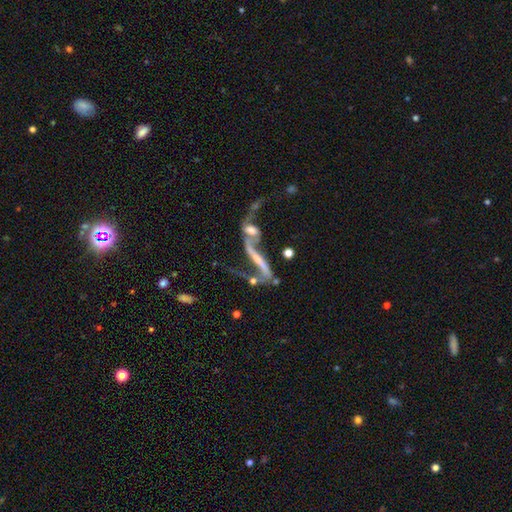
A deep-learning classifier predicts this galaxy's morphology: Smooth or featured: featured or disk — 65% (star or artifact — 19%)
Edge-on disk: no — 60% (yes — 40%)
Merging: merger — 43% (none — 25%)